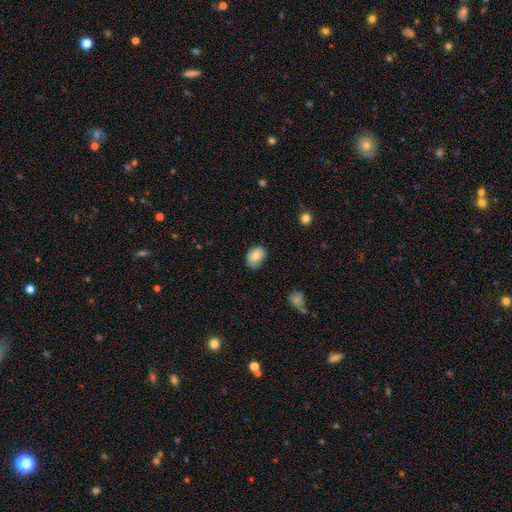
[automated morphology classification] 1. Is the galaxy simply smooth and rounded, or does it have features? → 83% smooth, 9% featured or disk, 8% star or artifact.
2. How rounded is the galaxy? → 78% in between, 21% round, 1% cigar-shaped.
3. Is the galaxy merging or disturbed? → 69% none, 25% minor disturbance, 4% major disturbance, 1% merger.